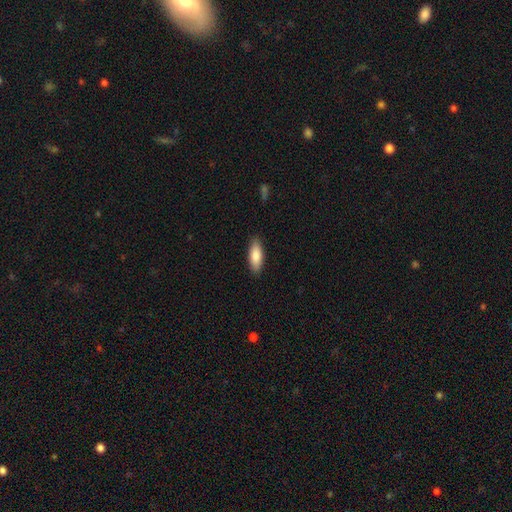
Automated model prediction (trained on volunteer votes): Smooth or featured? smooth (85%)
How rounded? in between (68%)
Merging? none (88%)